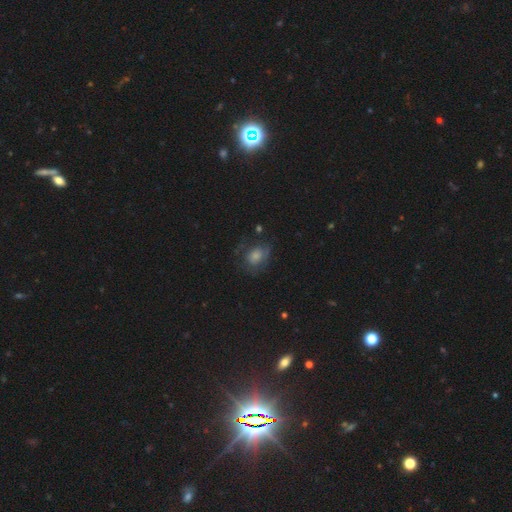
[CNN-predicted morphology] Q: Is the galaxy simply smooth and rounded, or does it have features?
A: smooth — 40%.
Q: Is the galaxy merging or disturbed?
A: none — 62%.